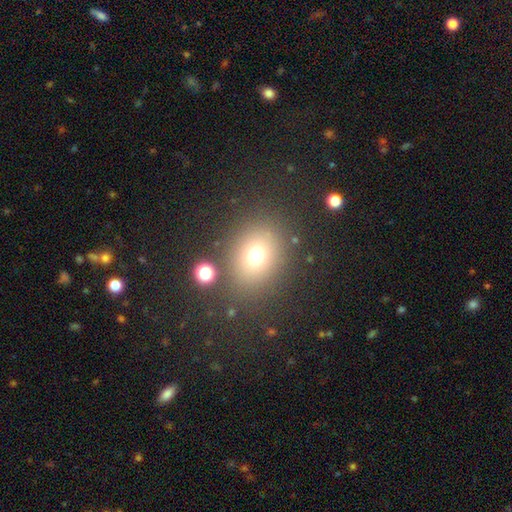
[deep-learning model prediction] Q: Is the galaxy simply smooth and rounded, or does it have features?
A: smooth — 71%.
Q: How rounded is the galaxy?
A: round — 55%.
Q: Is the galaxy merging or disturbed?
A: none — 81%.